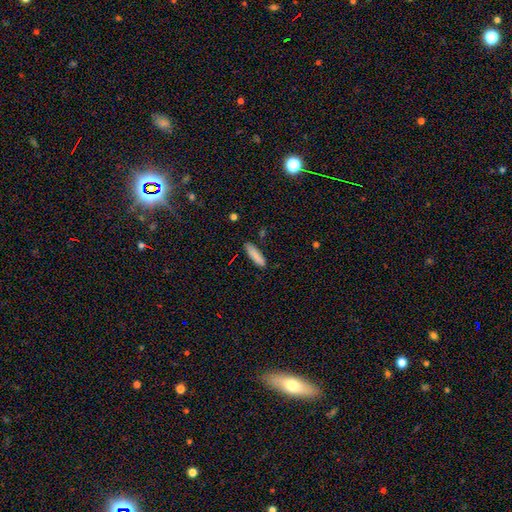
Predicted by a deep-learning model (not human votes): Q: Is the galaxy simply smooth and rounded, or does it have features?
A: smooth — 86%.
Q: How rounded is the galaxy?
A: cigar-shaped — 70%.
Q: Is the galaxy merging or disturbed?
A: none — 84%.